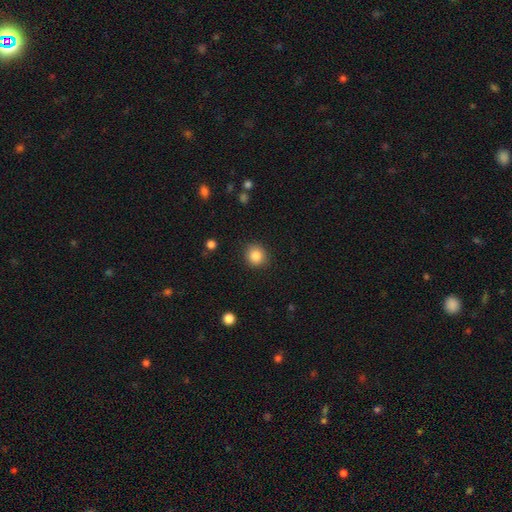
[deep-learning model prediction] Smooth or featured: smooth — 85% (star or artifact — 10%)
How rounded: round — 87% (in between — 13%)
Merging: none — 89% (minor disturbance — 8%)